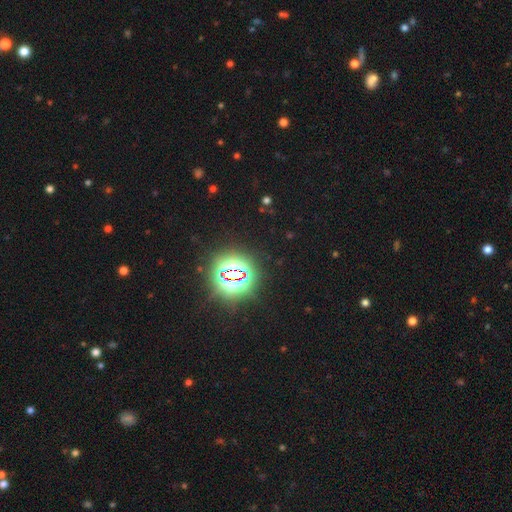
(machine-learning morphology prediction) Smooth or featured? star or artifact (83%)